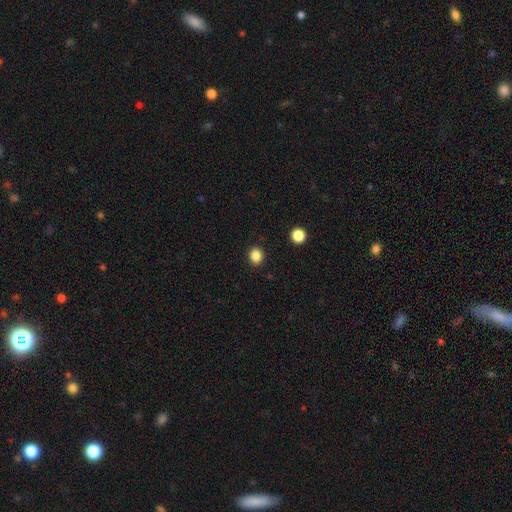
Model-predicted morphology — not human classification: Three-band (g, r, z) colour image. It shows a smooth galaxy with no disk features (85%) that is round (67%). Merging: none (91%).